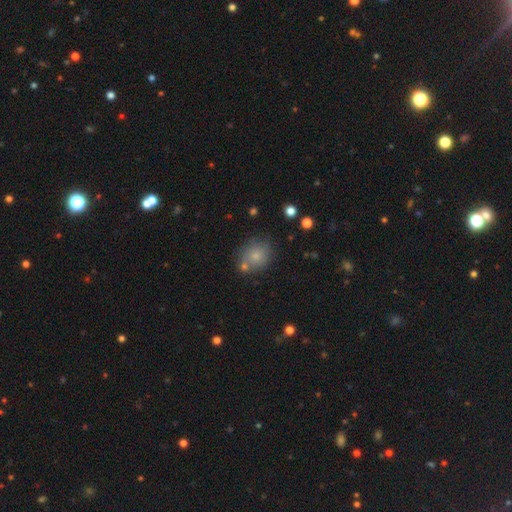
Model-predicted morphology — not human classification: Smooth or featured: smooth — 77% (featured or disk — 12%)
How rounded: round — 66% (in between — 33%)
Merging: none — 66% (minor disturbance — 15%)